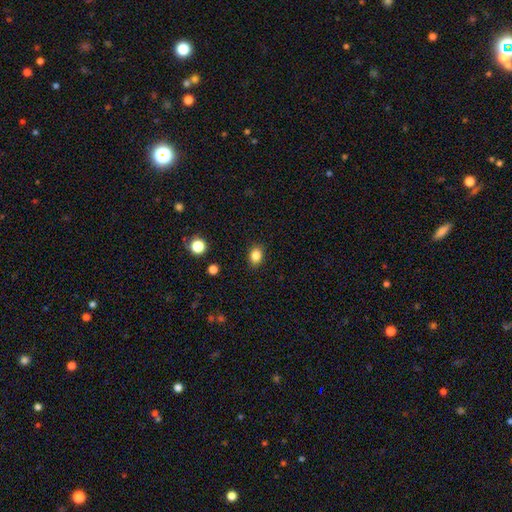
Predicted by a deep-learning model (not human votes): Smooth or featured?
  - smooth: 84% *
  - star or artifact: 11%
  - featured or disk: 5%
How rounded?
  - in between: 58% *
  - round: 41%
  - cigar-shaped: 1%
Merging?
  - none: 88% *
  - minor disturbance: 9%
  - major disturbance: 2%
  - merger: 1%